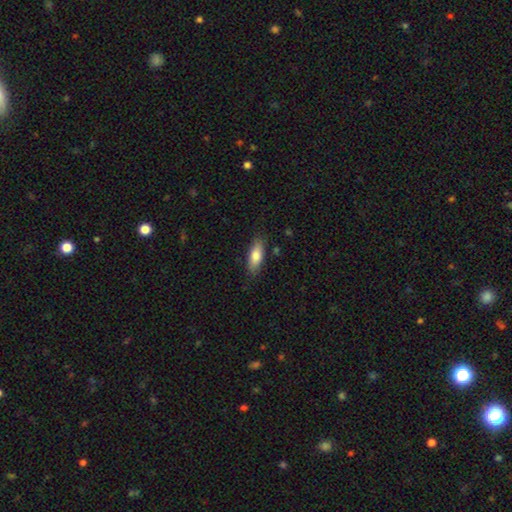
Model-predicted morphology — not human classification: Smooth or featured? Predicted: smooth (p=0.80). How rounded? Predicted: in between (p=0.72). Merging? Predicted: none (p=0.83).